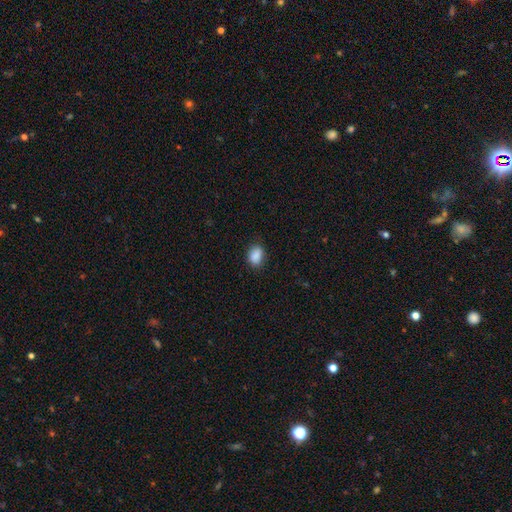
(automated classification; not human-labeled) smooth-or-featured: smooth: 88% | star or artifact: 8% | featured or disk: 4%
  how-rounded: in between: 76% | round: 23% | cigar-shaped: 2%
  merging: none: 79% | minor disturbance: 16% | major disturbance: 3% | merger: 1%